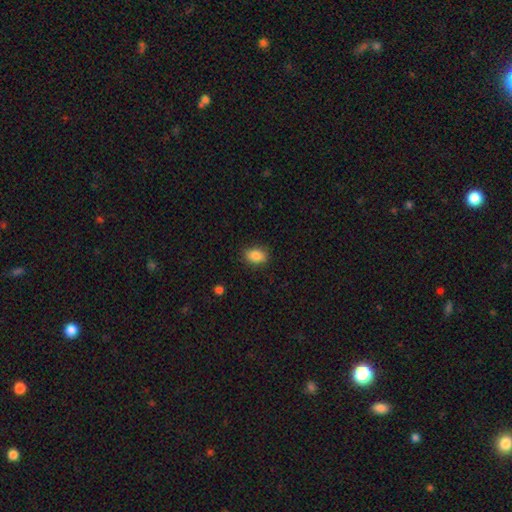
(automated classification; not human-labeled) smooth-or-featured: smooth: 86% | star or artifact: 8% | featured or disk: 6%
  how-rounded: in between: 81% | round: 17% | cigar-shaped: 2%
  merging: none: 87% | minor disturbance: 10% | major disturbance: 2% | merger: 1%